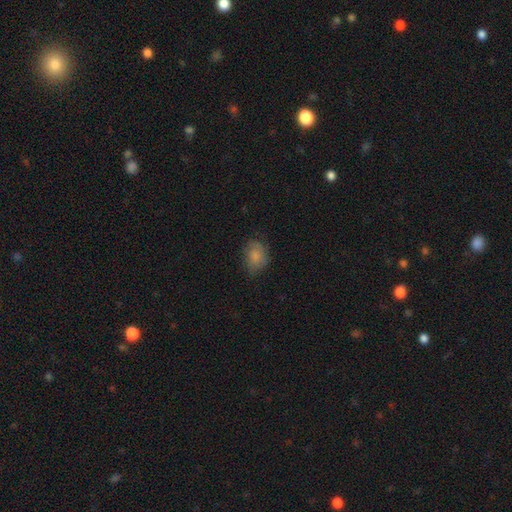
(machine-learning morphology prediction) This is likely a smooth galaxy (78%). How rounded: possibly in between (58%). Merging: likely none (63%).